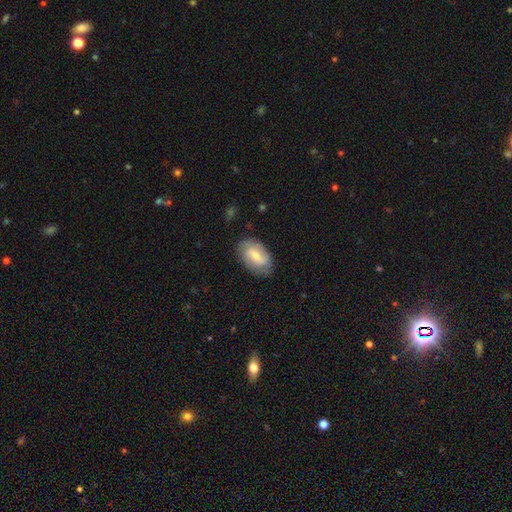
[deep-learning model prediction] Morphology: type=smooth (54%); roundness=in between (91%); merging=none (78%).